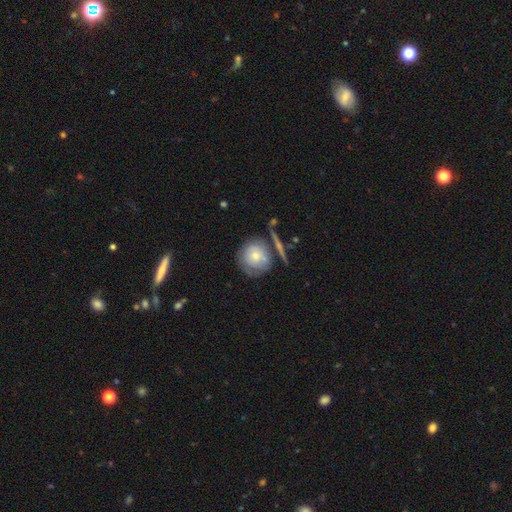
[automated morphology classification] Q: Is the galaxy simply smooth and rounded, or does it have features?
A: smooth — 57%.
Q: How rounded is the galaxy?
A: round — 88%.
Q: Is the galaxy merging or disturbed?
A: none — 58%.